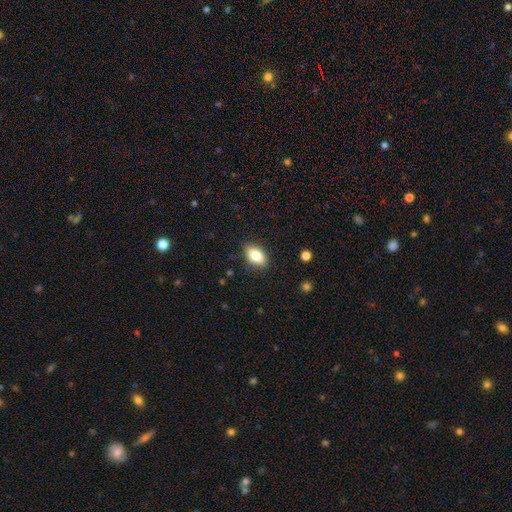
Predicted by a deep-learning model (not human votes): This is clearly a smooth galaxy (83%). How rounded: clearly in between (91%). Merging: clearly none (86%).